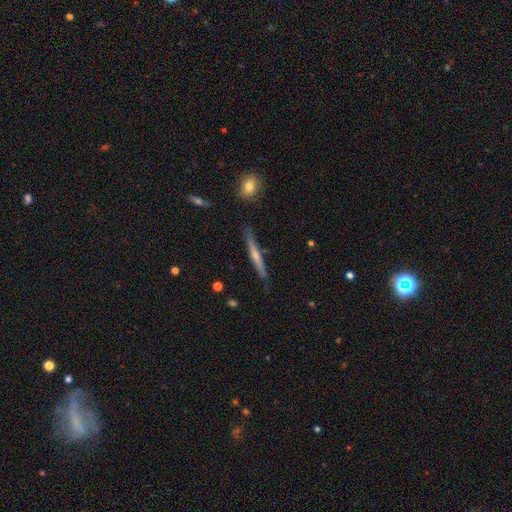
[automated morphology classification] smooth-or-featured: featured or disk: 52% | smooth: 42% | star or artifact: 6%
  disk-edge-on: yes: 95% | no: 5%
  merging: none: 82% | minor disturbance: 13% | merger: 2% | major disturbance: 2%